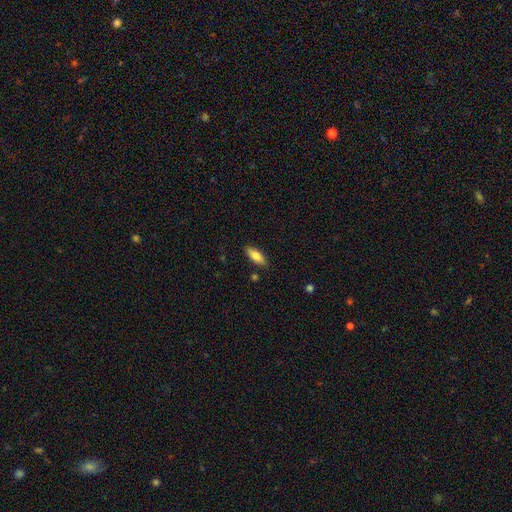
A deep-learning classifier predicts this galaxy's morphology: Smooth or featured? Predicted: smooth (p=0.79). How rounded? Predicted: in between (p=0.76). Merging? Predicted: none (p=0.85).